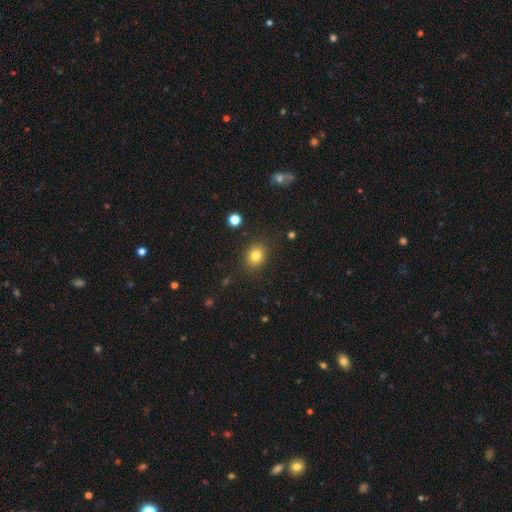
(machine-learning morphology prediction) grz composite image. It shows a smooth galaxy with no disk features (81%) that is round (61%). Merging: none (87%).